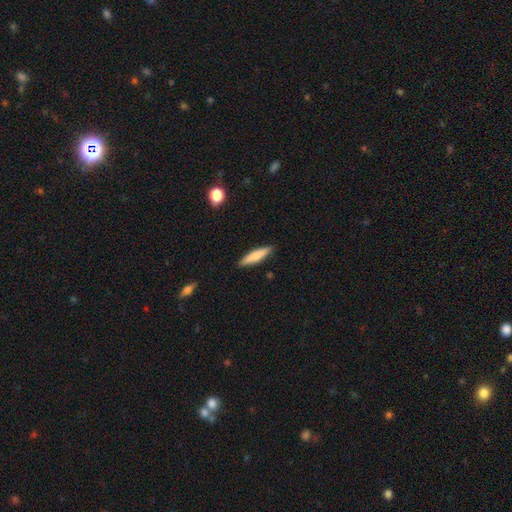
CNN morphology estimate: Smooth or featured: smooth — 74% (featured or disk — 20%)
How rounded: cigar-shaped — 80% (in between — 19%)
Merging: none — 89% (minor disturbance — 8%)